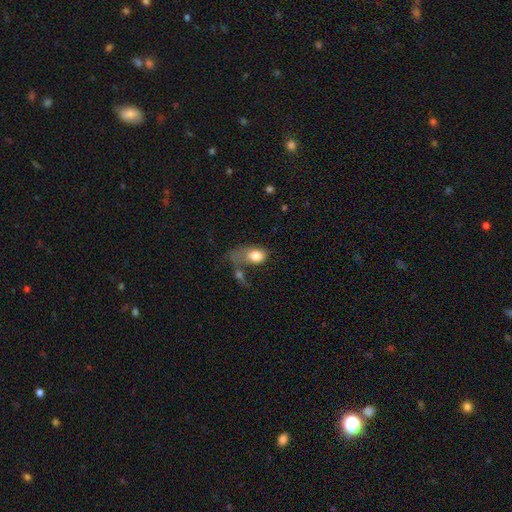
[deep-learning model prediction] Q: Smooth or featured?
A: smooth (75%); runner-up: featured or disk (17%)
Q: How rounded?
A: in between (80%); runner-up: round (17%)
Q: Merging?
A: major disturbance (39%); runner-up: merger (28%)